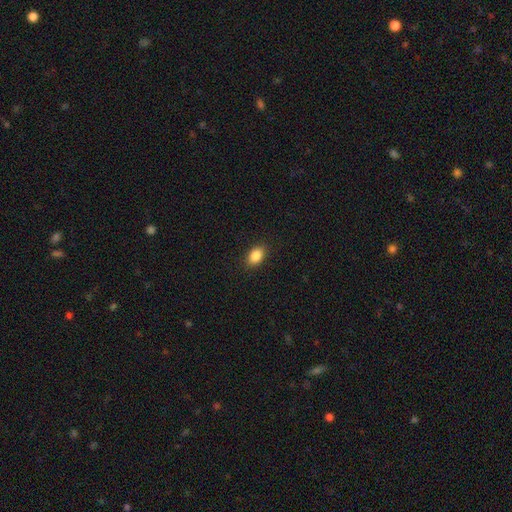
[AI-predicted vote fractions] Morphology: type=smooth (88%); roundness=in between (85%); merging=none (89%).